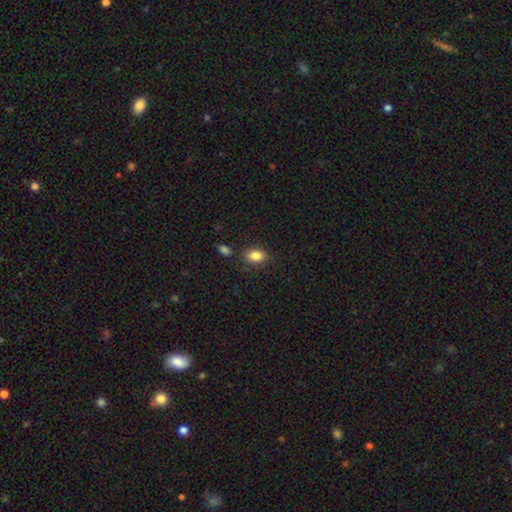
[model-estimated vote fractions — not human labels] Morphology: type=smooth (85%); roundness=in between (82%); merging=none (78%).